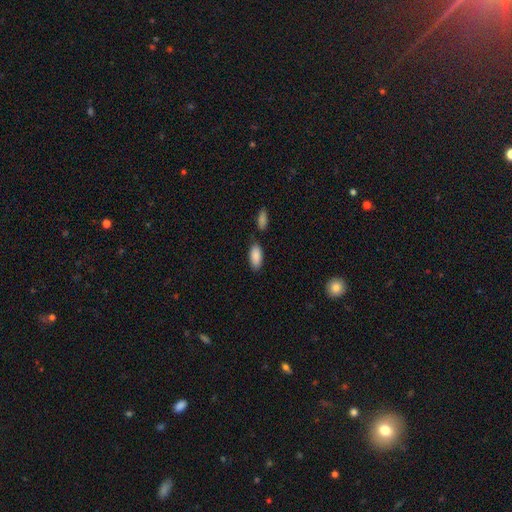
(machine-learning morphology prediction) Smooth or featured? smooth (89%)
How rounded? in between (90%)
Merging? none (73%)